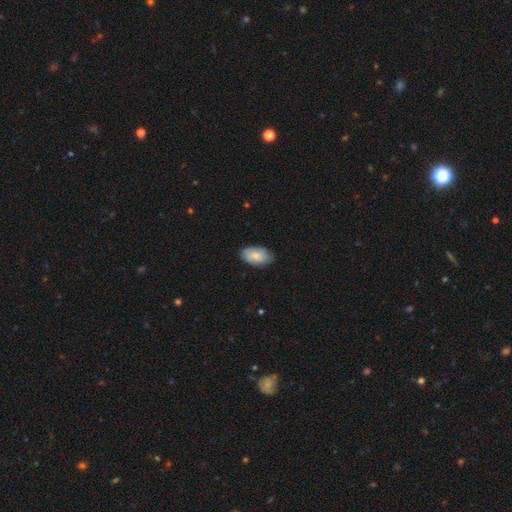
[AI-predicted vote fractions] A smooth galaxy with no disk features (77%) that is in between round and cigar-shaped (94%). Merging: none (81%).